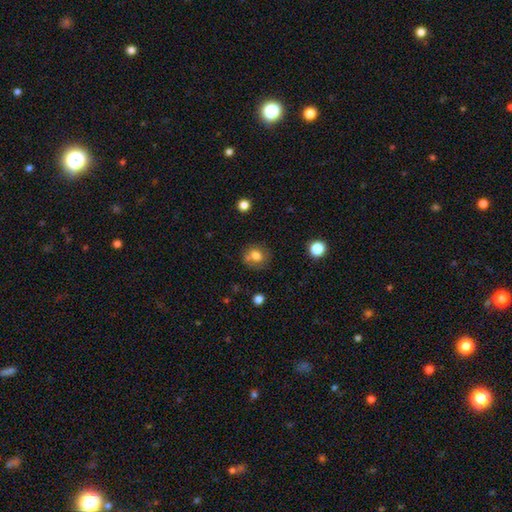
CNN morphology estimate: Smooth or featured?
  - smooth: 75% *
  - featured or disk: 13%
  - star or artifact: 12%
How rounded?
  - round: 76% *
  - in between: 23%
  - cigar-shaped: 1%
Merging?
  - none: 63% *
  - minor disturbance: 17%
  - merger: 14%
  - major disturbance: 5%